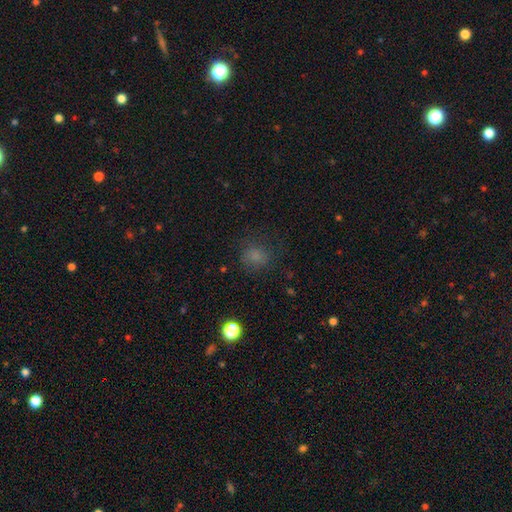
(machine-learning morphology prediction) smooth 74%, star or artifact 19%, featured or disk 7%. Down the decision tree: how rounded — round (77%); merging — none (74%).